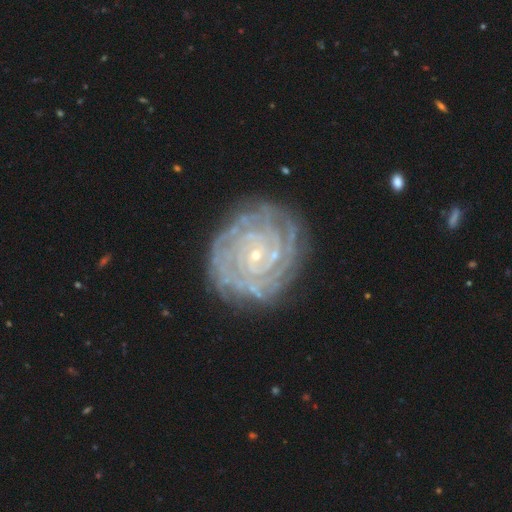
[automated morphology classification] This is clearly a featured or disk galaxy (88%). It is clearly not viewed edge-on (97%). Bar: likely no (72%). Spiral arm pattern: clearly yes (97%). Spiral arm count: marginally can't tell (28%). Spiral winding: clearly tight (87%). Central bulge: clearly small (87%). Merging: likely none (80%).